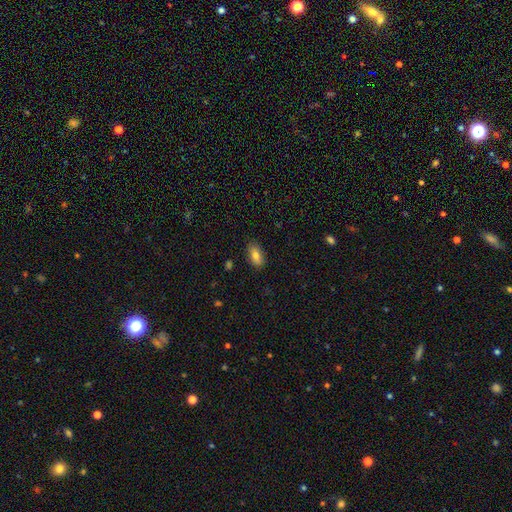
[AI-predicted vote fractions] Q: Smooth or featured?
A: smooth (80%); runner-up: featured or disk (12%)
Q: How rounded?
A: in between (89%); runner-up: cigar-shaped (7%)
Q: Merging?
A: none (85%); runner-up: minor disturbance (12%)